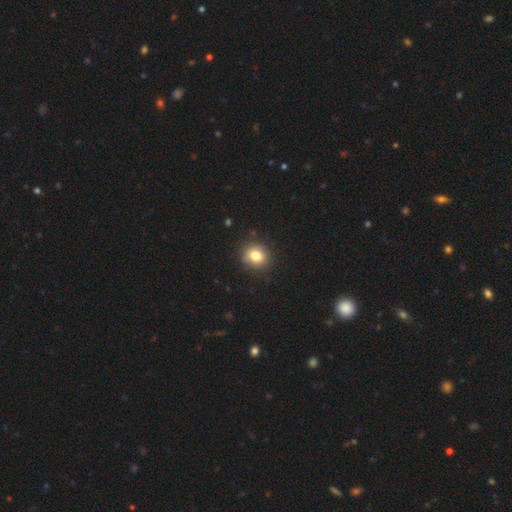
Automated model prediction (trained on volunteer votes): This appears to be a smooth galaxy with no disk features (80%) that is round (81%). Merging: none (87%).